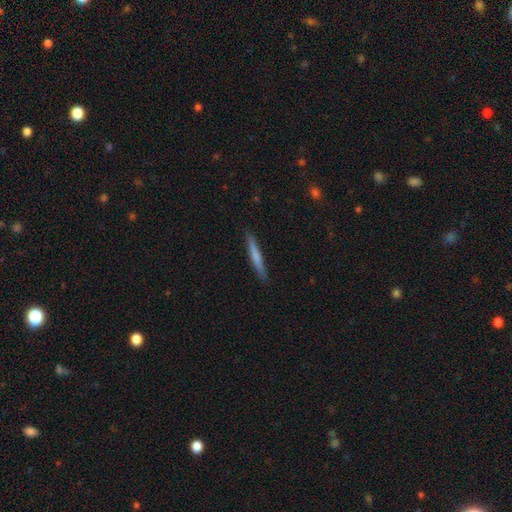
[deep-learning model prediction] Morphology: type=smooth (66%); roundness=cigar-shaped (96%); merging=none (90%).